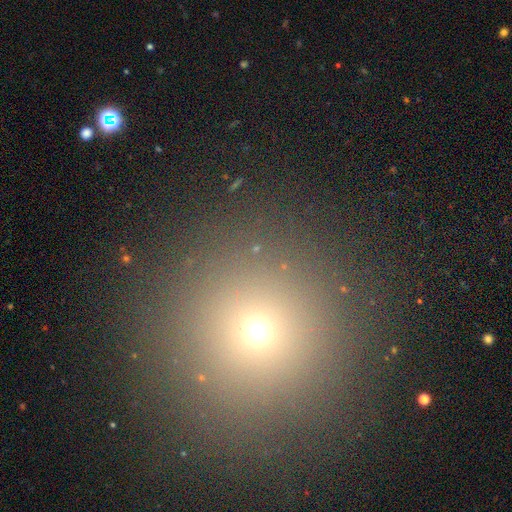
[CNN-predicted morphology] smooth_or_featured: smooth (p=0.64) [alt: star or artifact p=0.28]
how_rounded: round (p=0.96) [alt: in between p=0.03]
merging: none (p=0.90) [alt: minor disturbance p=0.05]